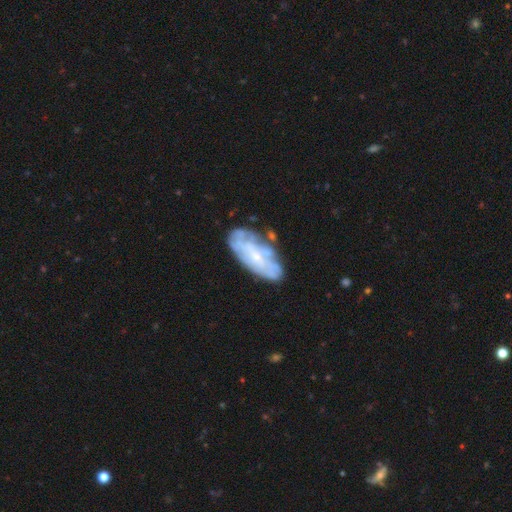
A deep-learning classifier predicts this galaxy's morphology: featured or disk 61%, smooth 32%, star or artifact 7%. Down the decision tree: edge-on disk — no (89%); bar — no (73%); spiral arms — yes (53%); bulge size — small (73%); merging — none (67%).